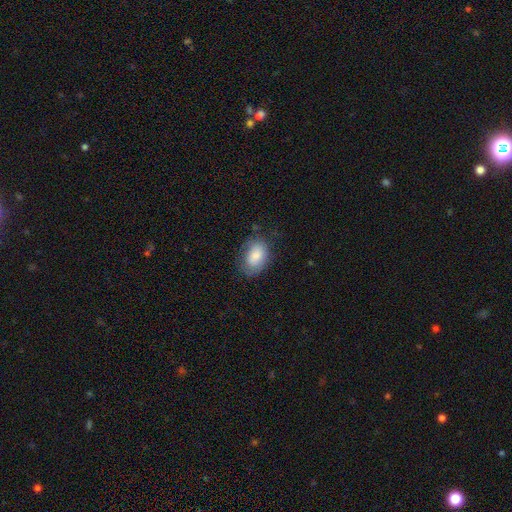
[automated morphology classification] Smooth or featured: smooth — 80% (featured or disk — 13%)
How rounded: in between — 87% (round — 12%)
Merging: none — 67% (minor disturbance — 23%)